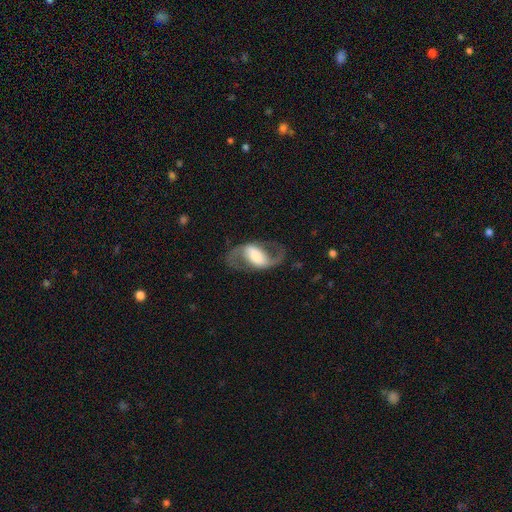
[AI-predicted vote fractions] featured or disk 84%, smooth 11%, star or artifact 5%. Down the decision tree: edge-on disk — no (96%); bar — strong (43%); spiral arms — yes (93%); spiral arm count — 2 (93%); spiral winding — loose (53%); bulge size — moderate (36%); merging — none (76%).